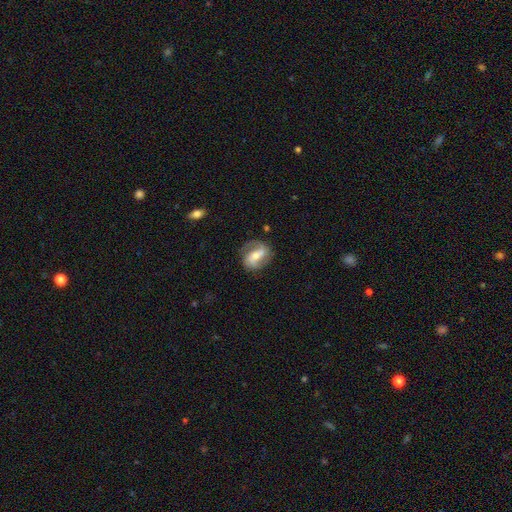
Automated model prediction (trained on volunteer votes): smooth_or_featured: featured or disk (p=0.73) [alt: smooth p=0.21]
disk_edge_on: no (p=0.96) [alt: yes p=0.04]
bar: strong (p=0.38) [alt: weak p=0.36]
has_spiral_arms: yes (p=0.89) [alt: no p=0.11]
spiral_winding: medium (p=0.44) [alt: loose p=0.30]
spiral_arm_count: 2 (p=0.85) [alt: can't tell p=0.07]
bulge_size: moderate (p=0.56) [alt: small p=0.36]
merging: none (p=0.72) [alt: minor disturbance p=0.17]